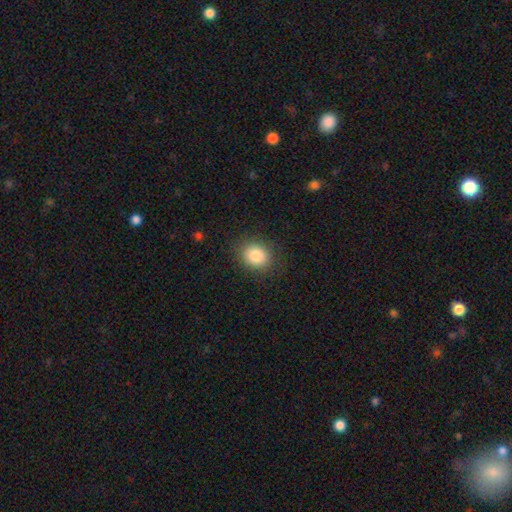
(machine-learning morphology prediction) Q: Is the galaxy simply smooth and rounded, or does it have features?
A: smooth — 84%.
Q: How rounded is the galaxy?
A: round — 65%.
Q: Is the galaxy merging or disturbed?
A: none — 86%.